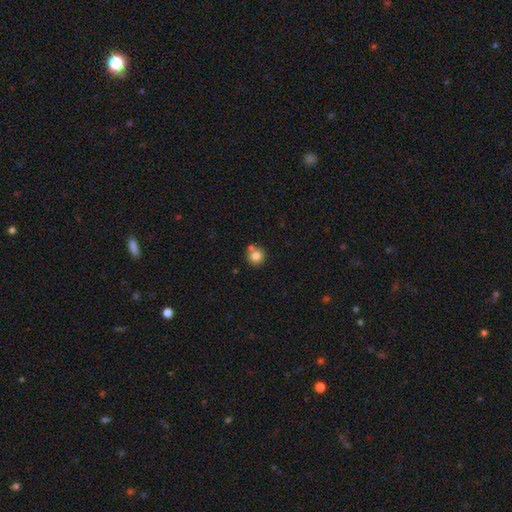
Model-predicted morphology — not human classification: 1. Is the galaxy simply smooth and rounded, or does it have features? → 81% smooth, 11% star or artifact, 8% featured or disk.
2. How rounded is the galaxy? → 92% round, 7% in between, 1% cigar-shaped.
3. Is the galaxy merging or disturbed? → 68% none, 21% merger, 9% minor disturbance, 2% major disturbance.